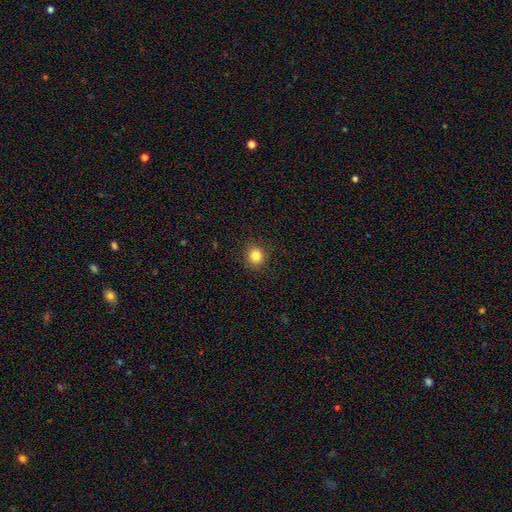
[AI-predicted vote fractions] smooth_or_featured: smooth (p=0.83) [alt: star or artifact p=0.12]
how_rounded: round (p=0.88) [alt: in between p=0.11]
merging: none (p=0.90) [alt: minor disturbance p=0.07]